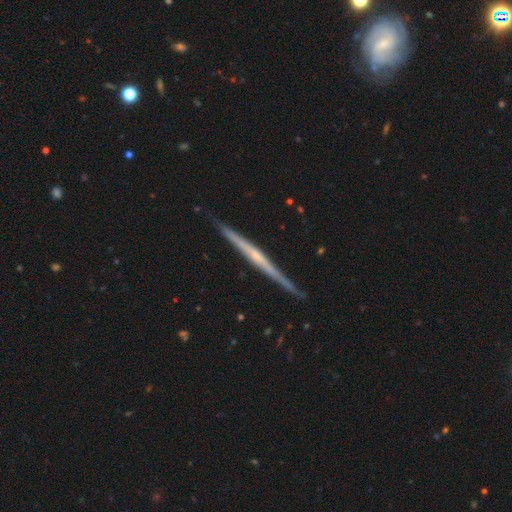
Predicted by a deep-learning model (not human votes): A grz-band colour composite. It shows a featured or disk galaxy (77%) viewed edge-on (98%) with no central bulge (55%). Merging: none (89%).